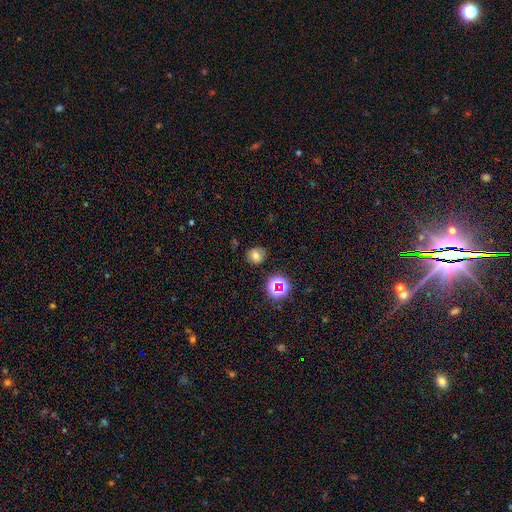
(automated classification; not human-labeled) Smooth or featured? Predicted: smooth (p=0.70). How rounded? Predicted: round (p=0.83). Merging? Predicted: none (p=0.82).